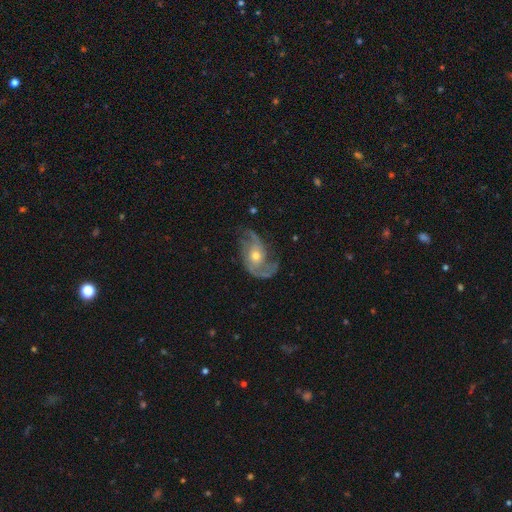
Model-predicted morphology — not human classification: A featured or disk galaxy (83%) with no bar (69%), 2 (75%) loose (43%) spiral arms (93%) and a moderate central bulge (55%).

Vote fractions:
- Smooth or featured? featured or disk: 83% / smooth: 10% / star or artifact: 6%
- Edge-on disk? no: 96% / yes: 4%
- Bar? no: 69% / weak: 24% / strong: 7%
- Spiral arms? yes: 93% / no: 7%
- Spiral winding? loose: 43% / medium: 42% / tight: 15%
- Spiral arm count? 2: 75% / can't tell: 9% / 3: 8% / 1: 4% / 4: 2% / more than 4: 2%
- Bulge size? moderate: 55% / small: 40% / large: 3% / none: 1% / dominant: 1%
- Merging? none: 59% / minor disturbance: 23% / major disturbance: 16% / merger: 2%